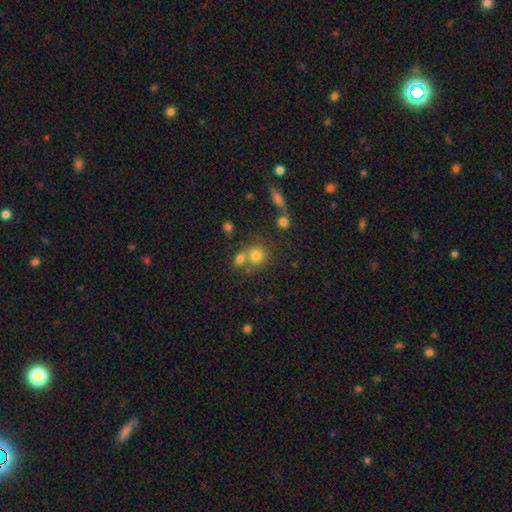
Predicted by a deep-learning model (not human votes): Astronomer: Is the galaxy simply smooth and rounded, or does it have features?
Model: smooth — 76%.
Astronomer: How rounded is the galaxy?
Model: round — 83%.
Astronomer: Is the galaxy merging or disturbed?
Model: none — 51% (runner-up: merger, 36%).